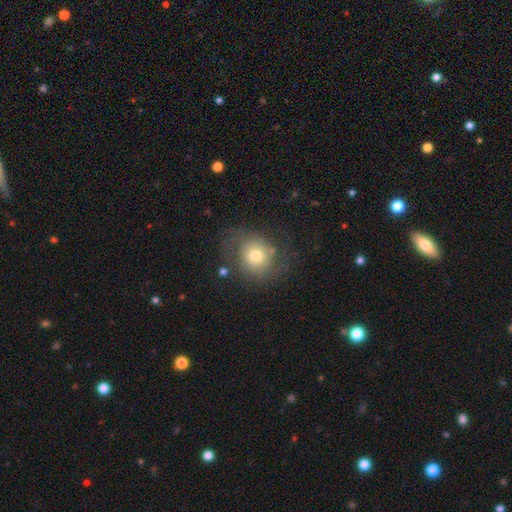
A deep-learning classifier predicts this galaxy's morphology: smooth_or_featured: smooth (p=0.57) [alt: featured or disk p=0.32]
how_rounded: round (p=0.76) [alt: in between p=0.23]
merging: none (p=0.61) [alt: minor disturbance p=0.20]